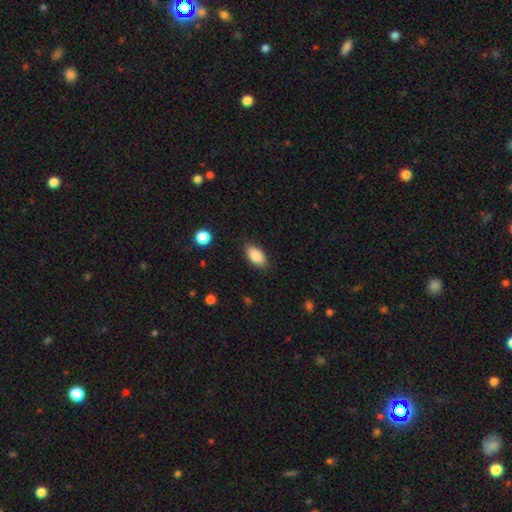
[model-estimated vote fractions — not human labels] Overall: smooth (88%). How rounded: in between (92%). Merging: none (86%).